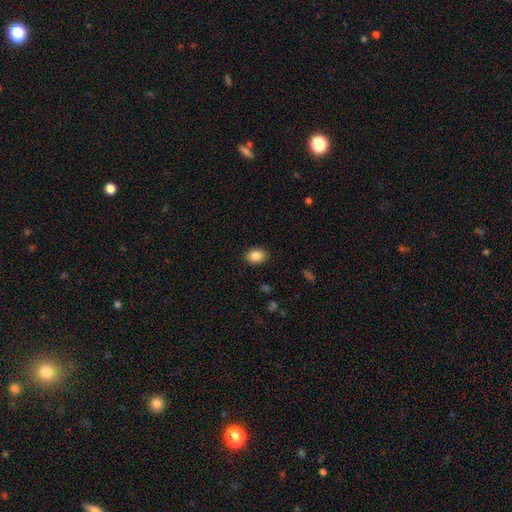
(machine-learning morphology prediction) This is clearly a smooth galaxy (87%). How rounded: likely in between (73%). Merging: clearly none (89%).